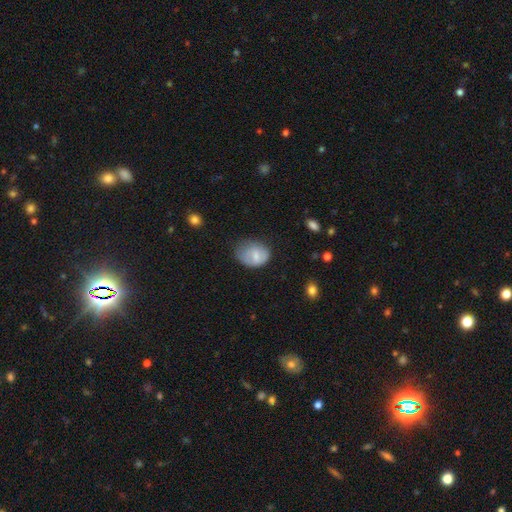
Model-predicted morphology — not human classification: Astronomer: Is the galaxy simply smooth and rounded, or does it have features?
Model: smooth — 68%.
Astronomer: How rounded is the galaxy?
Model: in between — 66%.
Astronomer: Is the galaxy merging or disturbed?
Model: none — 43% (runner-up: minor disturbance, 38%).